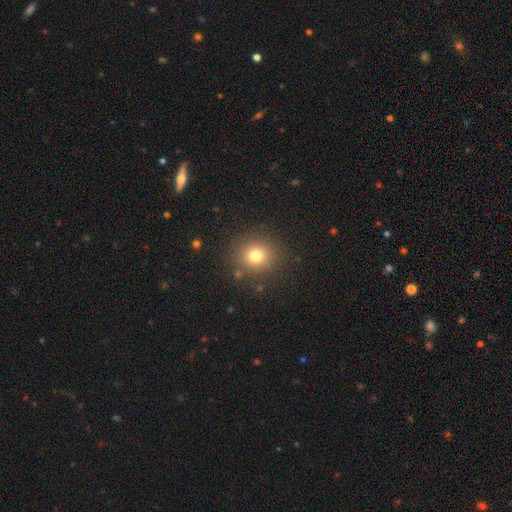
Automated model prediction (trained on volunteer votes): The model was most divided on "smooth or featured": smooth: 77%, star or artifact: 15%, featured or disk: 9%. More confident: merging — none (87%); how rounded — round (86%).